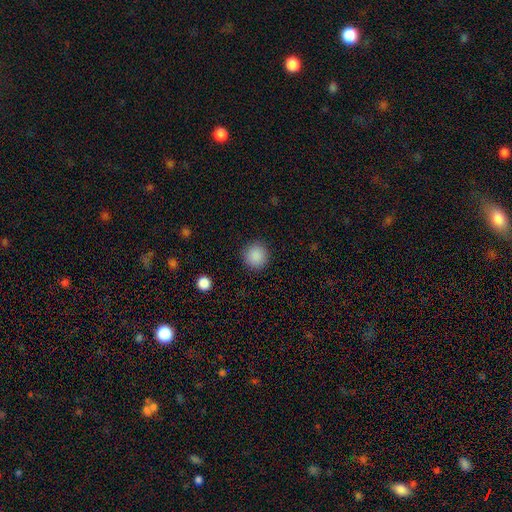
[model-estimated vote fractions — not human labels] smooth-or-featured: smooth: 89% | star or artifact: 9% | featured or disk: 3%
  how-rounded: round: 93% | in between: 6% | cigar-shaped: 1%
  merging: none: 91% | minor disturbance: 6% | major disturbance: 2% | merger: 1%